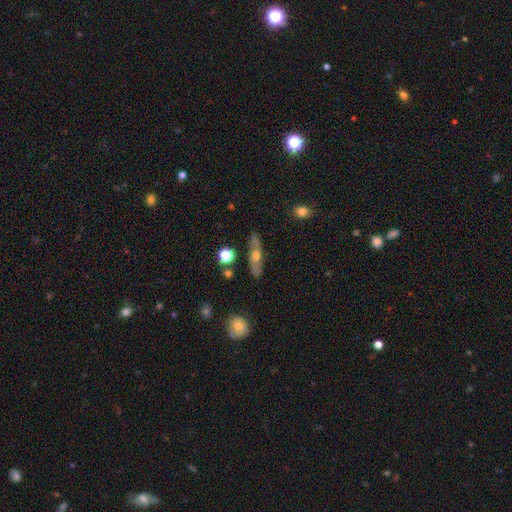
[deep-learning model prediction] Smooth or featured?
  - featured or disk: 52% *
  - smooth: 40%
  - star or artifact: 8%
Edge-on disk?
  - yes: 54% *
  - no: 46%
Merging?
  - none: 84% *
  - minor disturbance: 11%
  - major disturbance: 3%
  - merger: 2%